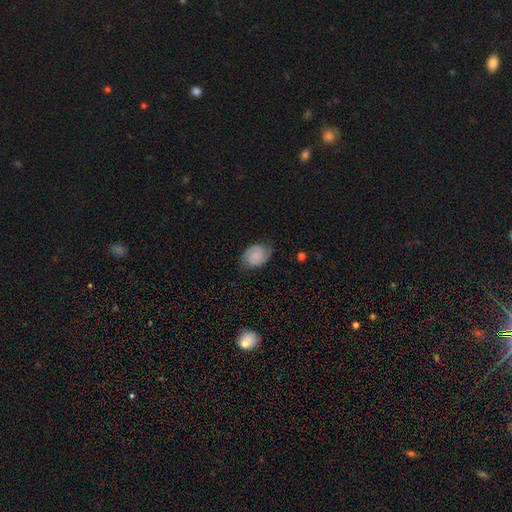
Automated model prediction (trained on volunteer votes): This appears to be a featured or disk galaxy (62%) with no bar (66%), 2 (86%) tight (46%) spiral arms (94%) and a small central bulge (41%). Merging: none (74%).